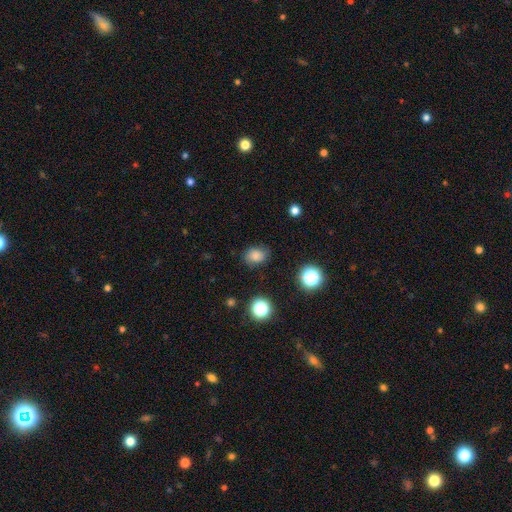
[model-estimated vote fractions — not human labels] This is likely a smooth galaxy (79%). How rounded: possibly in between (54%). Merging: likely none (76%).